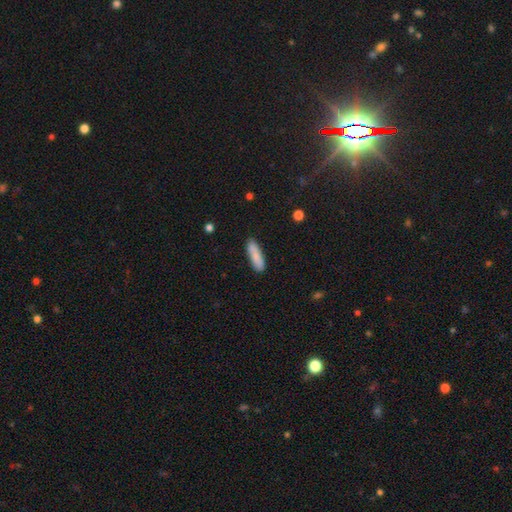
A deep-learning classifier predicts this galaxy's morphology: Smooth or featured? smooth (84%)
How rounded? cigar-shaped (60%)
Merging? none (84%)